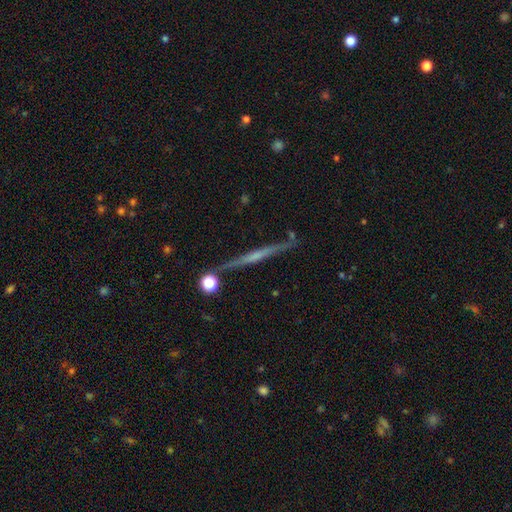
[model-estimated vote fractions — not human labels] featured or disk 68%, smooth 24%, star or artifact 8%. Down the decision tree: edge-on disk — yes (97%); edge-on bulge — none (60%); merging — none (84%).